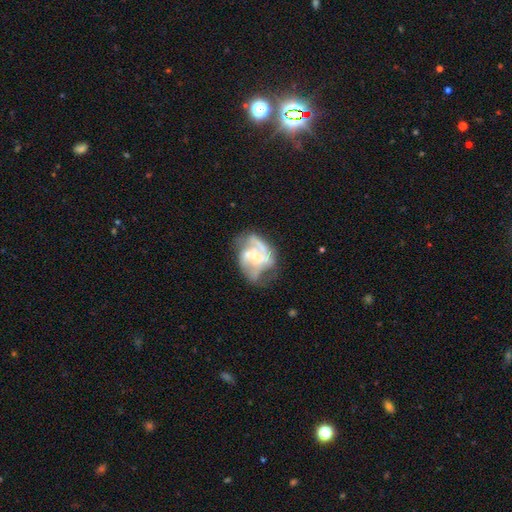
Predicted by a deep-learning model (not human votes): Smooth or featured: featured or disk — 75% (smooth — 17%)
Edge-on disk: no — 98% (yes — 2%)
Bar: no — 60% (weak — 31%)
Spiral arms: yes — 72% (no — 28%)
Spiral winding: medium — 45% (loose — 32%)
Spiral arm count: 2 — 36% (3 — 26%)
Bulge size: small — 43% (moderate — 38%)
Merging: none — 36% (major disturbance — 30%)